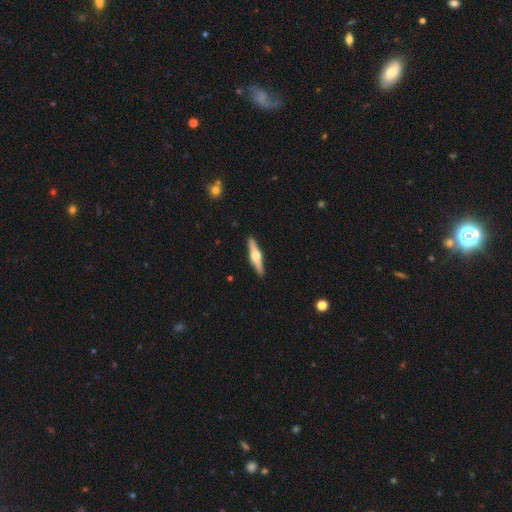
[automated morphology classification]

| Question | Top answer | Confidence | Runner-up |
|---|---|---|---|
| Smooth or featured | featured or disk | 71% | smooth (24%) |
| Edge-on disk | yes | 97% | no (3%) |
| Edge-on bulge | rounded | 95% | boxy (3%) |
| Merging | none | 92% | minor disturbance (6%) |